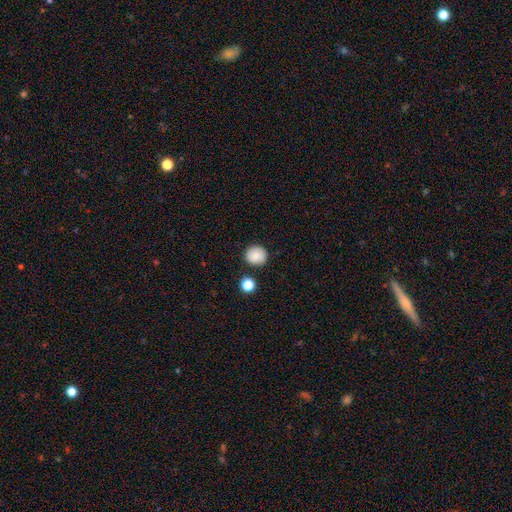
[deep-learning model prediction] Smooth or featured: smooth — 84% (star or artifact — 9%)
How rounded: round — 92% (in between — 7%)
Merging: none — 87% (minor disturbance — 8%)